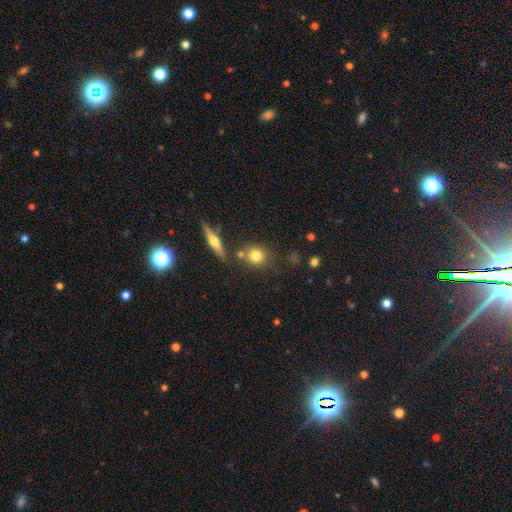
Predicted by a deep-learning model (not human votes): This appears to be a smooth galaxy with no disk features (76%) that is round (79%). Merging: none (70%).